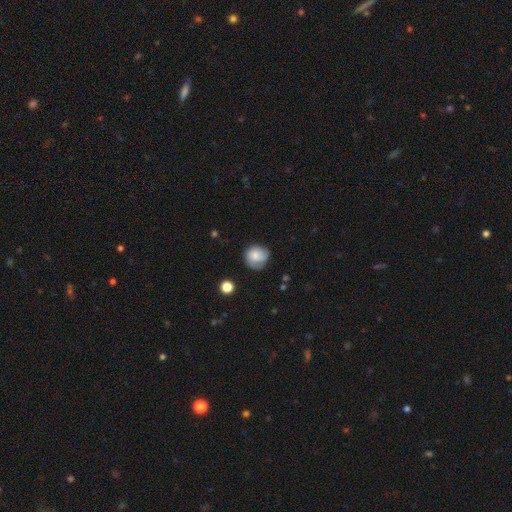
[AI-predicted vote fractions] smooth 72%, featured or disk 20%, star or artifact 8%. Down the decision tree: how rounded — round (87%); merging — none (66%).